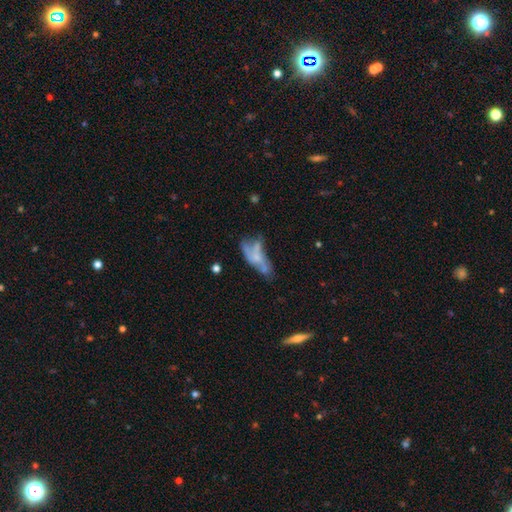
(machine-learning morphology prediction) smooth-or-featured: featured or disk: 52% | smooth: 37% | star or artifact: 11%
  disk-edge-on: no: 85% | yes: 15%
  merging: none: 31% | major disturbance: 29% | minor disturbance: 21% | merger: 19%